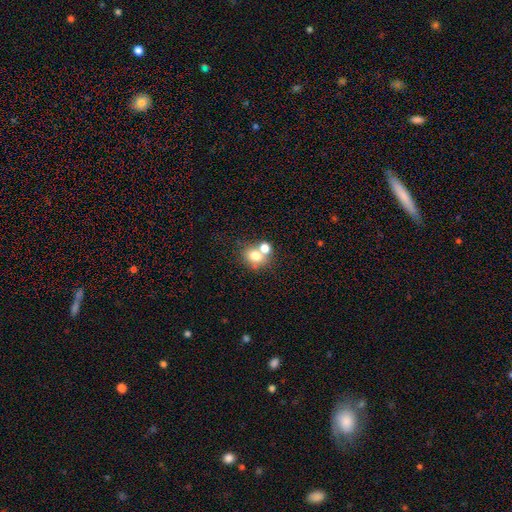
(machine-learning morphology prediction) This is likely a smooth galaxy (73%). How rounded: likely round (61%). Merging: possibly merger (45%).